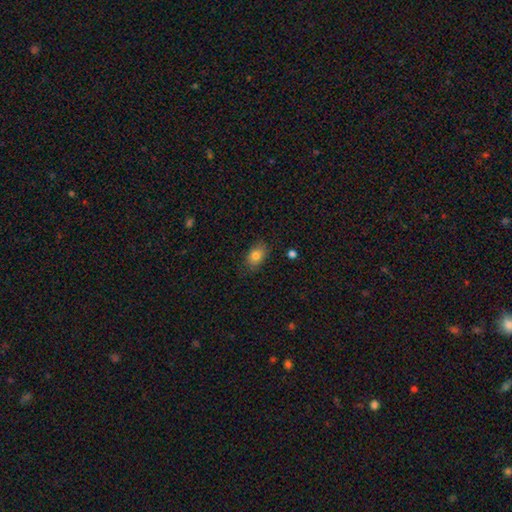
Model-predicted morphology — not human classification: Smooth or featured? Predicted: smooth (p=0.81). How rounded? Predicted: in between (p=0.79). Merging? Predicted: none (p=0.80).